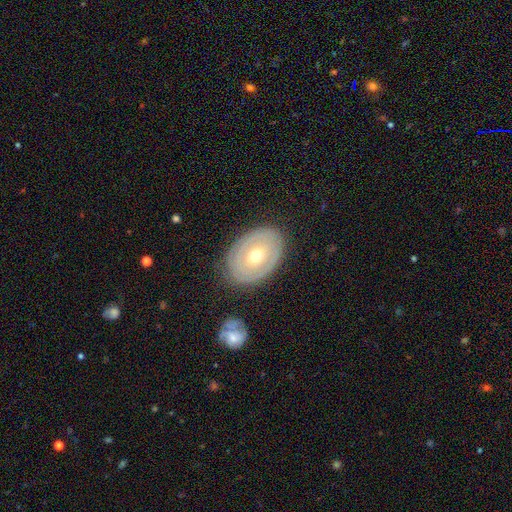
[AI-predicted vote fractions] featured or disk 58%, smooth 35%, star or artifact 6%. Down the decision tree: edge-on disk — no (92%); bar — no (79%); spiral arms — no (62%); bulge size — moderate (53%); merging — none (81%).